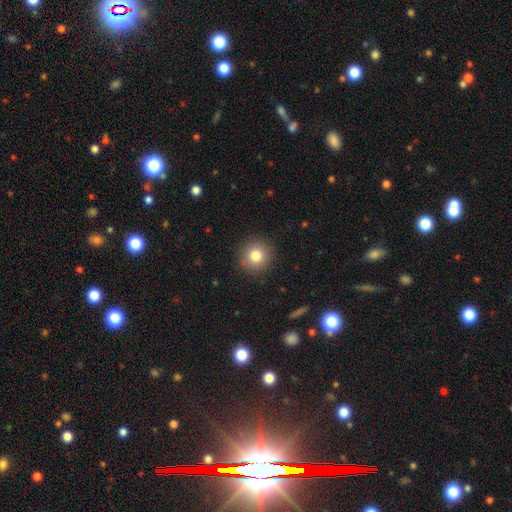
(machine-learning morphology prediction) smooth 81%, star or artifact 11%, featured or disk 9%. Down the decision tree: how rounded — round (93%); merging — none (90%).